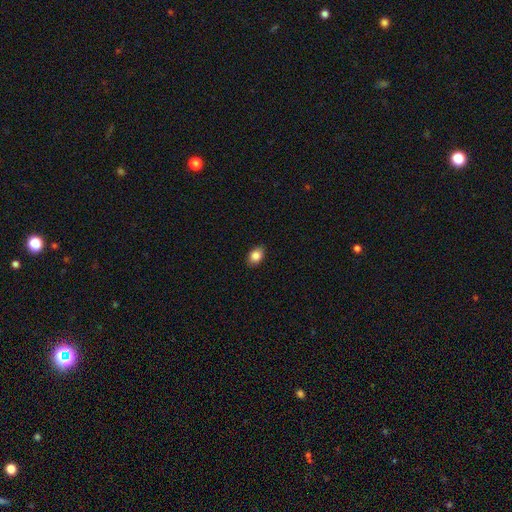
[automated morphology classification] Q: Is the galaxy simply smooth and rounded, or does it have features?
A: smooth — 85%.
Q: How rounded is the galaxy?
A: in between — 77%.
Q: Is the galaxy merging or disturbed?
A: none — 87%.